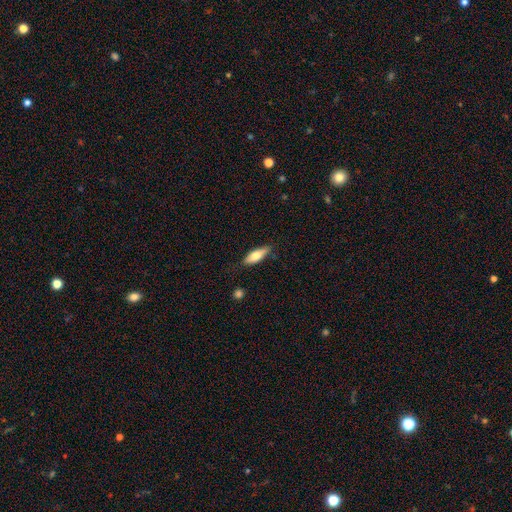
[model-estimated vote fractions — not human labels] This is likely a smooth galaxy (67%). How rounded: likely in between (61%). Merging: likely none (76%).